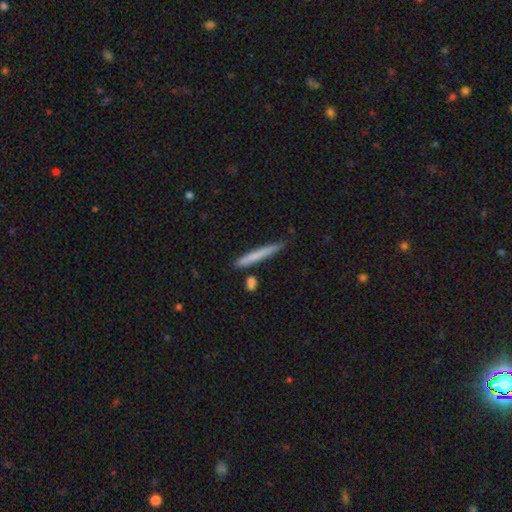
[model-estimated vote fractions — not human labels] Q: Smooth or featured?
A: smooth (69%); runner-up: featured or disk (25%)
Q: How rounded?
A: cigar-shaped (96%); runner-up: in between (2%)
Q: Merging?
A: none (81%); runner-up: minor disturbance (13%)